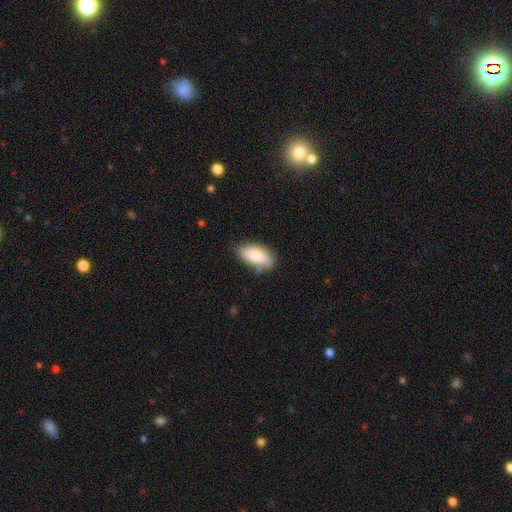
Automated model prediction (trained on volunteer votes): The model was most divided on "merging": none: 70%, minor disturbance: 23%, major disturbance: 4%, merger: 3%. More confident: how rounded — in between (93%); smooth or featured — smooth (83%).